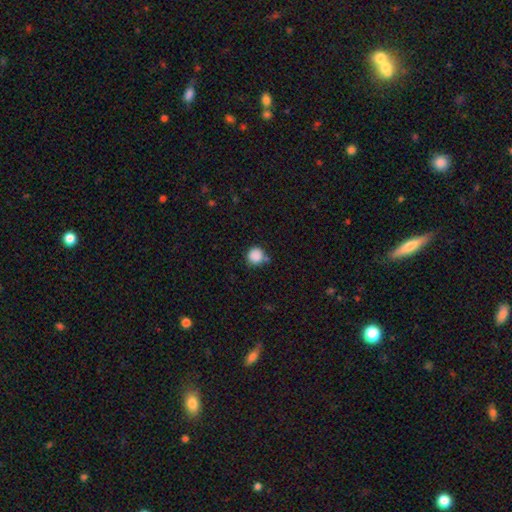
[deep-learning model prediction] Overall: smooth (87%). How rounded: round (92%). Merging: none (75%).